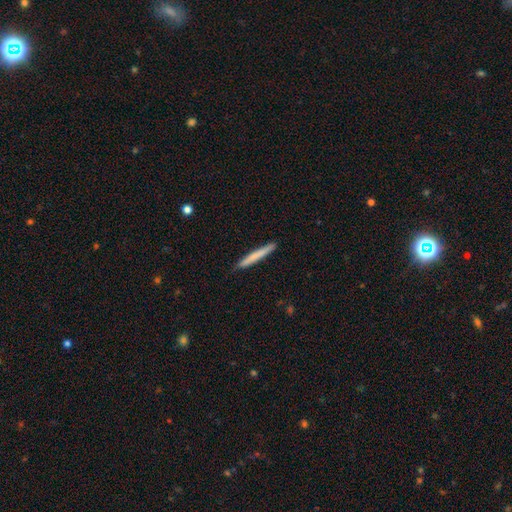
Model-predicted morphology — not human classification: Smooth or featured?
  - smooth: 72% *
  - featured or disk: 22%
  - star or artifact: 5%
How rounded?
  - cigar-shaped: 97% *
  - in between: 2%
  - round: 1%
Merging?
  - none: 90% *
  - minor disturbance: 7%
  - major disturbance: 1%
  - merger: 1%